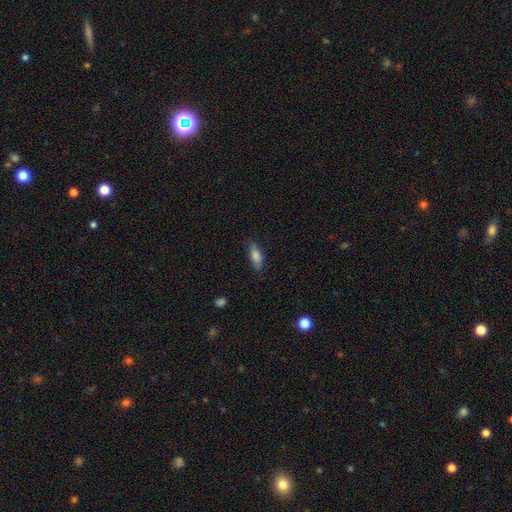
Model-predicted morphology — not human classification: smooth-or-featured: smooth: 83% | featured or disk: 11% | star or artifact: 7%
  how-rounded: in between: 76% | cigar-shaped: 22% | round: 3%
  merging: none: 81% | minor disturbance: 15% | major disturbance: 3% | merger: 1%